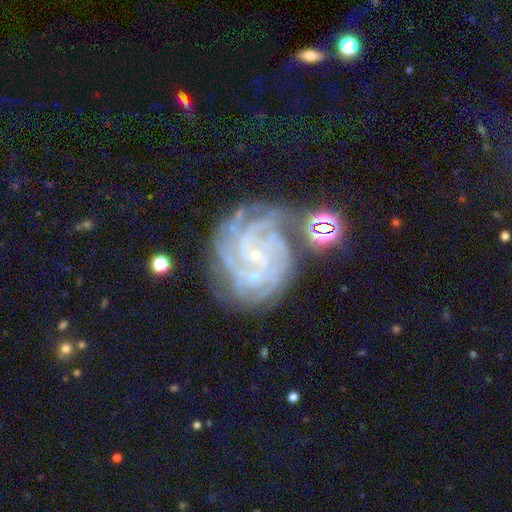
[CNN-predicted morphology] type=featured or disk (87%); edge-on=no (98%); bar=no (70%); spiral arms=yes (98%); winding=tight (74%); arm count=4 (29%); bulge=small (87%); merging=none (63%).